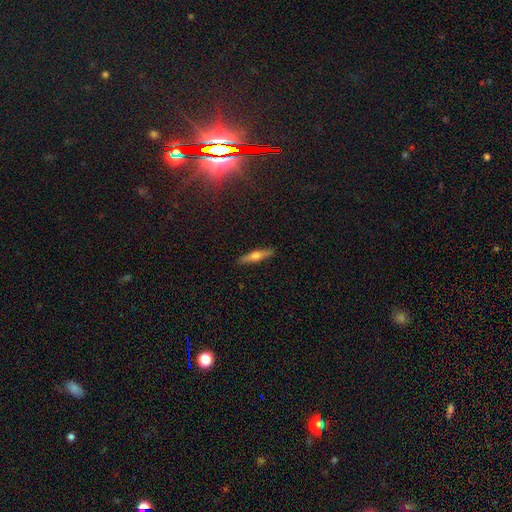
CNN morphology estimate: A smooth galaxy with no disk features (49%). Merging: none (90%).